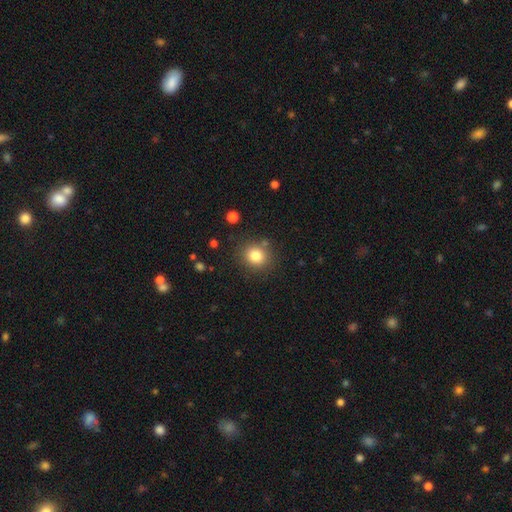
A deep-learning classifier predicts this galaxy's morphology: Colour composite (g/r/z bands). It shows a smooth galaxy with no disk features (82%) that is round (84%). Merging: none (82%).